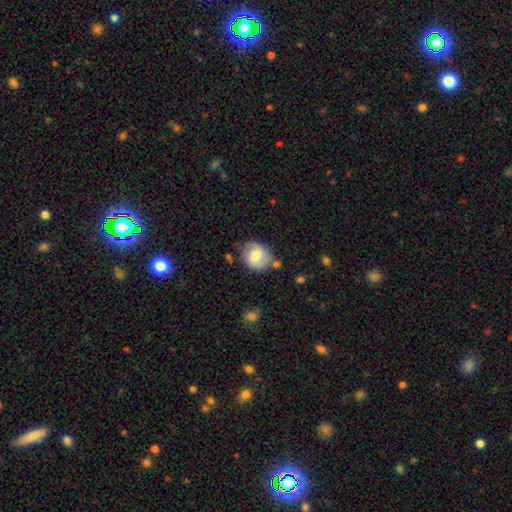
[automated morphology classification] The model was most divided on "smooth or featured": smooth: 47%, featured or disk: 46%, star or artifact: 7%. More confident: merging — none (66%).